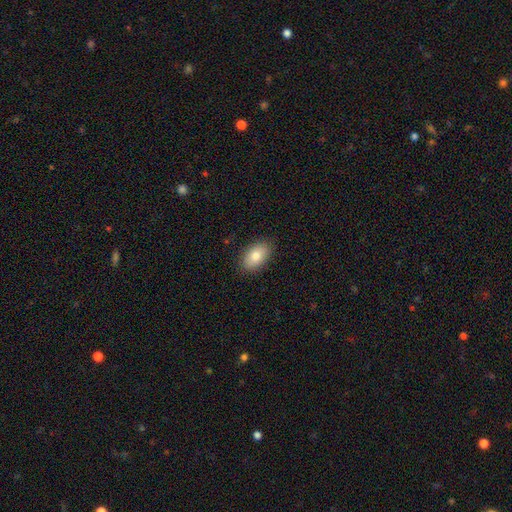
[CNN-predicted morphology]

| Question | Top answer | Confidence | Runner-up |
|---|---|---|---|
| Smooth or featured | smooth | 80% | featured or disk (13%) |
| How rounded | in between | 92% | round (7%) |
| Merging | none | 87% | minor disturbance (10%) |